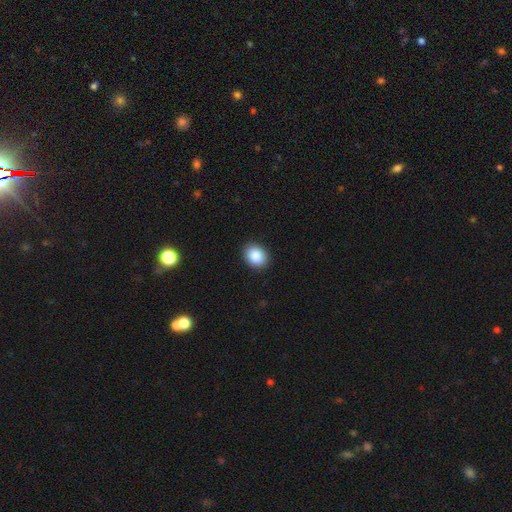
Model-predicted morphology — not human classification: This is clearly a smooth galaxy (88%). How rounded: possibly in between (54%). Merging: clearly none (91%).